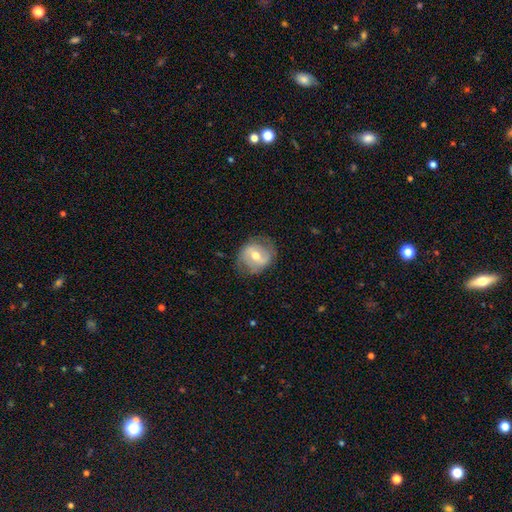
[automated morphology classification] smooth-or-featured: featured or disk: 59% | smooth: 34% | star or artifact: 7%
  disk-edge-on: no: 96% | yes: 4%
    bar: weak: 46% | strong: 31% | no: 23%
    has-spiral-arms: yes: 67% | no: 33%
    bulge-size: moderate: 73% | small: 19% | large: 6% | none: 1% | dominant: 1%
  merging: none: 73% | minor disturbance: 18% | major disturbance: 8% | merger: 1%